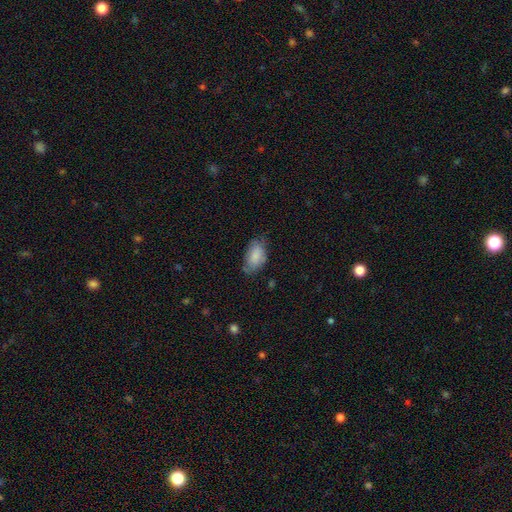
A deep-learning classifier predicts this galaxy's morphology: Smooth or featured?
  - smooth: 82% *
  - featured or disk: 11%
  - star or artifact: 7%
How rounded?
  - in between: 94% *
  - round: 4%
  - cigar-shaped: 2%
Merging?
  - none: 63% *
  - minor disturbance: 28%
  - major disturbance: 7%
  - merger: 2%